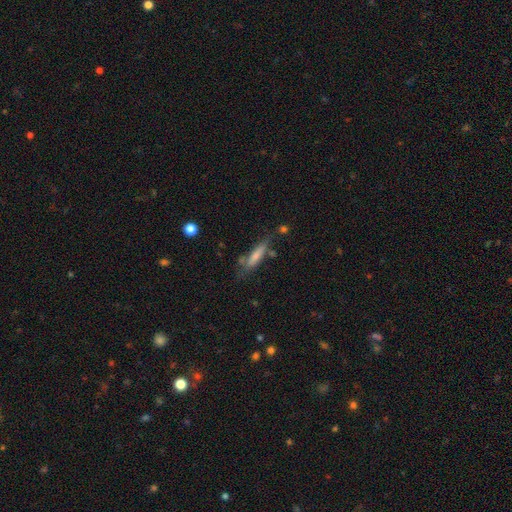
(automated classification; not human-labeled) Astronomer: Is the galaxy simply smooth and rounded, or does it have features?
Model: smooth — 70%.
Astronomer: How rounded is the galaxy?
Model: cigar-shaped — 75%.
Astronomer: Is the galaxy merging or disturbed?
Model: none — 60%.